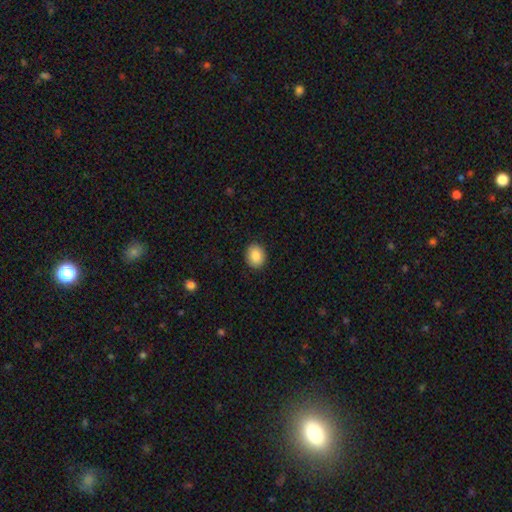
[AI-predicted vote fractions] A smooth galaxy with no disk features (86%) that is round (62%). Merging: none (91%).